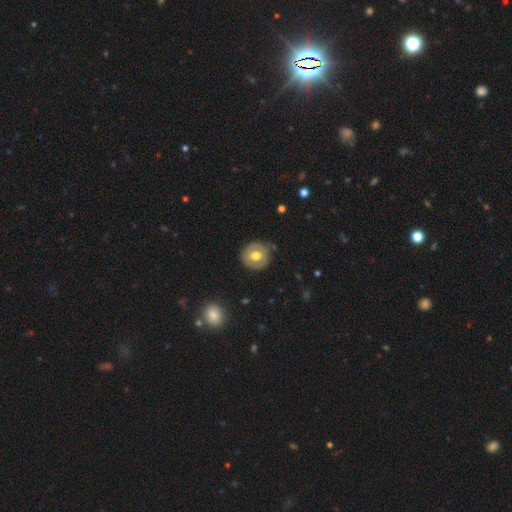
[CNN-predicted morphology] Overall: smooth (53%; featured or disk 40%). How rounded: round (90%). Merging: none (80%).